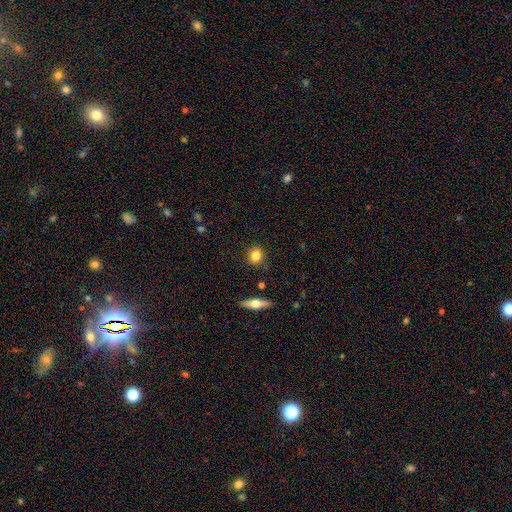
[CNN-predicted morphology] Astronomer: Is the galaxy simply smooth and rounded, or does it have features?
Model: smooth — 81%.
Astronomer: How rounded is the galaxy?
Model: round — 76%.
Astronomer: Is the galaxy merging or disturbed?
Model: none — 88%.